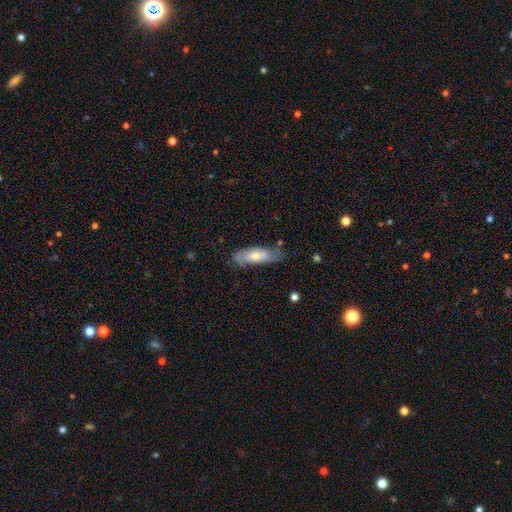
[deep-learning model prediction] Q: Smooth or featured?
A: smooth (60%); runner-up: featured or disk (33%)
Q: How rounded?
A: in between (56%); runner-up: cigar-shaped (42%)
Q: Merging?
A: none (66%); runner-up: minor disturbance (26%)